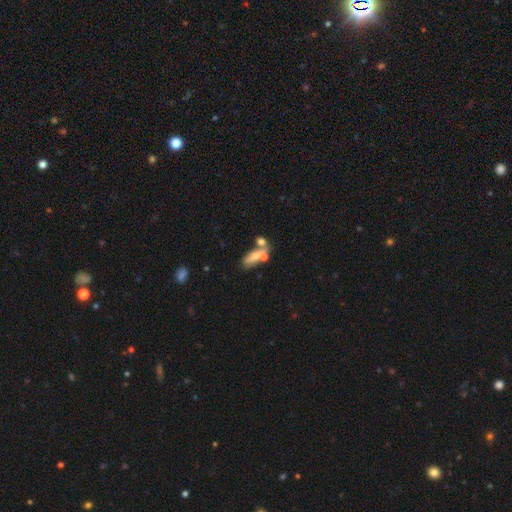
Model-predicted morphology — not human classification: smooth_or_featured: smooth (p=0.59) [alt: featured or disk p=0.31]
how_rounded: in between (p=0.71) [alt: cigar-shaped p=0.23]
merging: merger (p=0.39) [alt: none p=0.36]